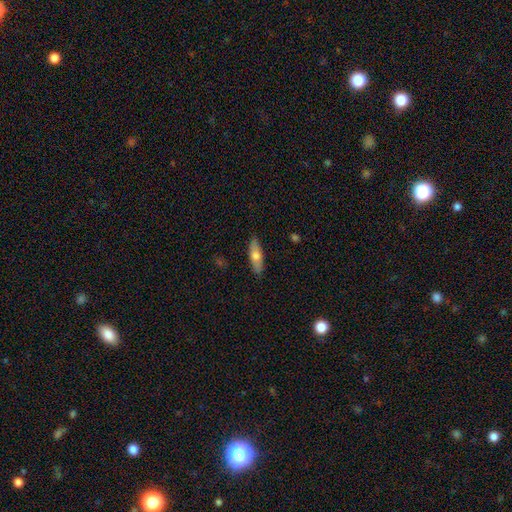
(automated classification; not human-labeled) A smooth galaxy with no disk features (63%) that is in between round and cigar-shaped (54%).

Vote fractions:
- Smooth or featured? smooth: 63% / featured or disk: 30% / star or artifact: 6%
- How rounded? in between: 54% / cigar-shaped: 44% / round: 3%
- Merging? none: 87% / minor disturbance: 9% / major disturbance: 2% / merger: 1%